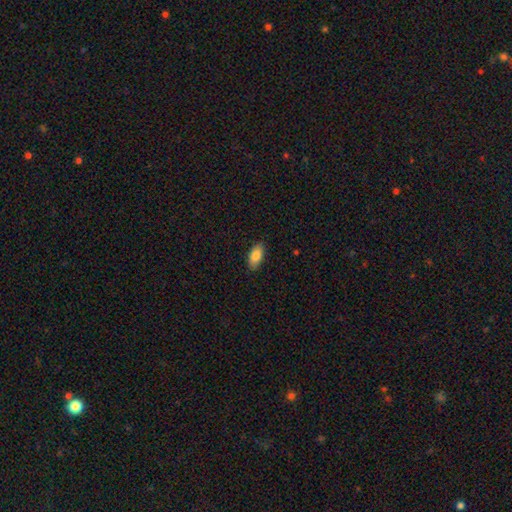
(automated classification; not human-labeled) Smooth or featured?
  - smooth: 84% *
  - featured or disk: 9%
  - star or artifact: 7%
How rounded?
  - in between: 91% *
  - cigar-shaped: 6%
  - round: 3%
Merging?
  - none: 87% *
  - minor disturbance: 10%
  - major disturbance: 2%
  - merger: 1%